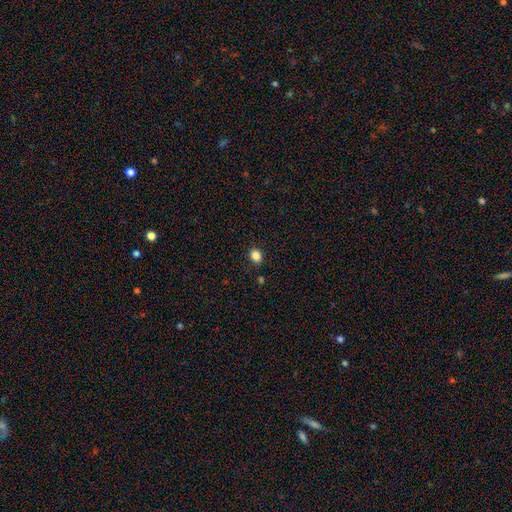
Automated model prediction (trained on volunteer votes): Overall: smooth (85%). How rounded: round (52%; in between 47%). Merging: none (87%).